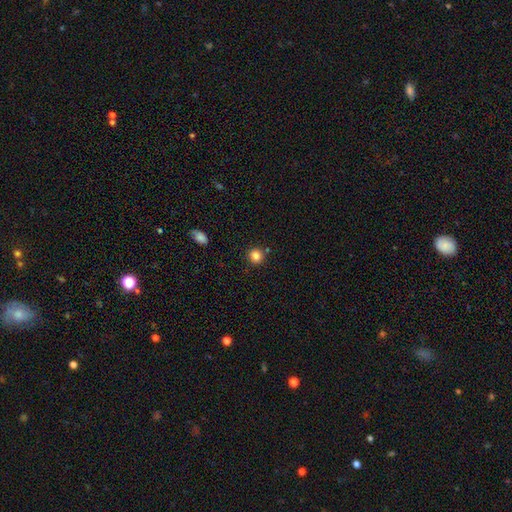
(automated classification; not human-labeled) This is clearly a smooth galaxy (85%). How rounded: clearly round (89%). Merging: clearly none (84%).